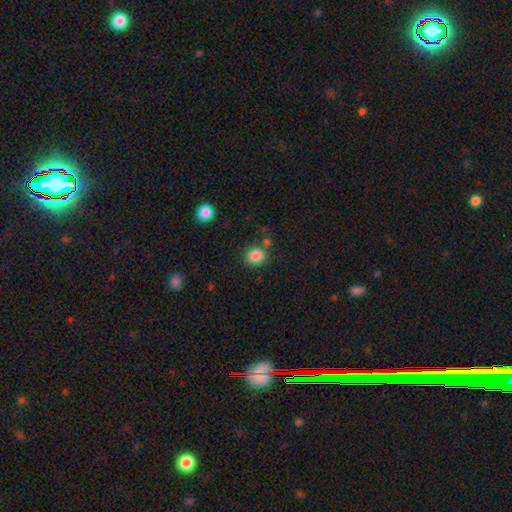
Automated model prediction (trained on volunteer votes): A smooth galaxy with no disk features (85%) that is round (80%).

Vote fractions:
- Smooth or featured? smooth: 85% / star or artifact: 10% / featured or disk: 4%
- How rounded? round: 80% / in between: 19% / cigar-shaped: 1%
- Merging? none: 72% / merger: 12% / minor disturbance: 12% / major disturbance: 4%